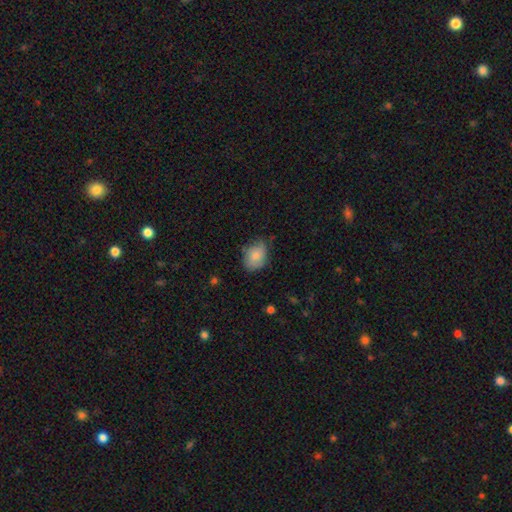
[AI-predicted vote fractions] Smooth or featured? smooth (77%)
How rounded? in between (72%)
Merging? none (61%)